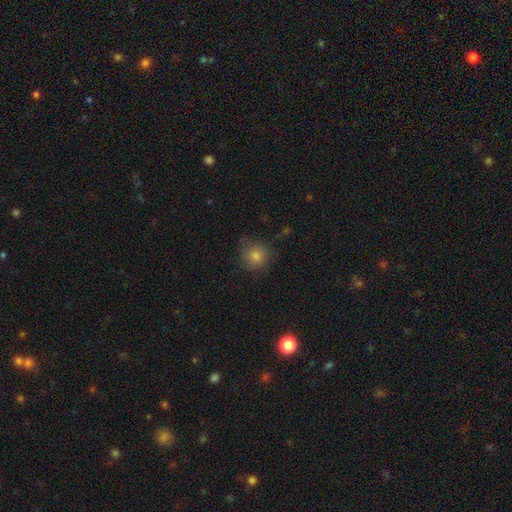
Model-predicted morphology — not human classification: smooth 70%, star or artifact 16%, featured or disk 13%. Down the decision tree: how rounded — round (90%); merging — none (73%).